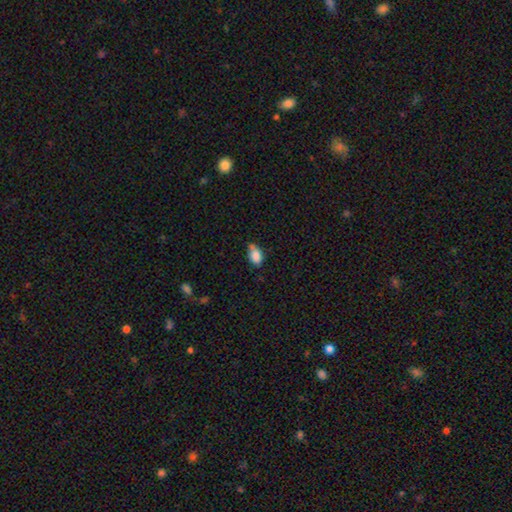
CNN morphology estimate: Overall: smooth (84%). How rounded: in between (82%). Merging: none (48%; minor disturbance 29%).